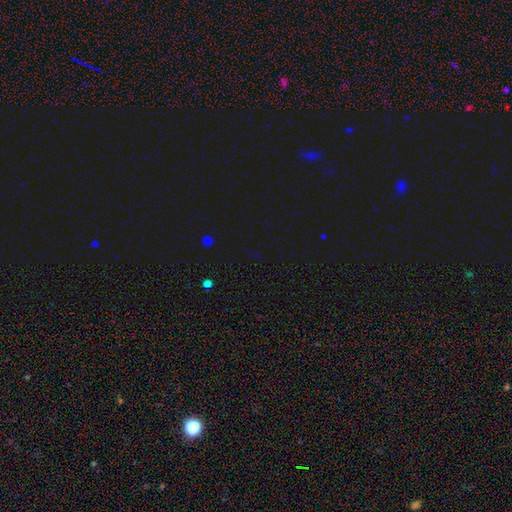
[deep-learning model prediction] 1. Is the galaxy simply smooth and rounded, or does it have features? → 71% star or artifact, 23% smooth, 6% featured or disk.